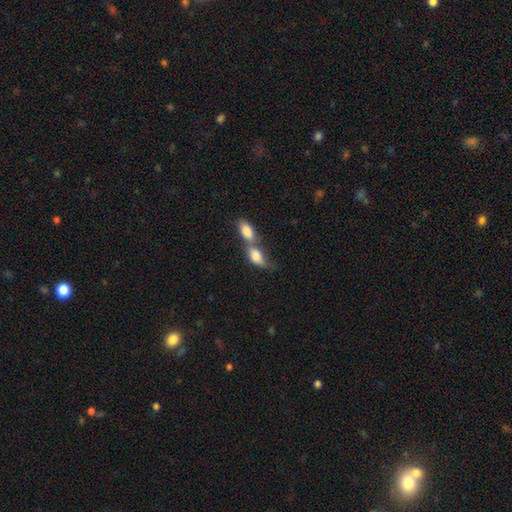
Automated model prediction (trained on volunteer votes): This appears to be a smooth galaxy with no disk features (78%) that is in between round and cigar-shaped (85%). Merging: merger (74%).